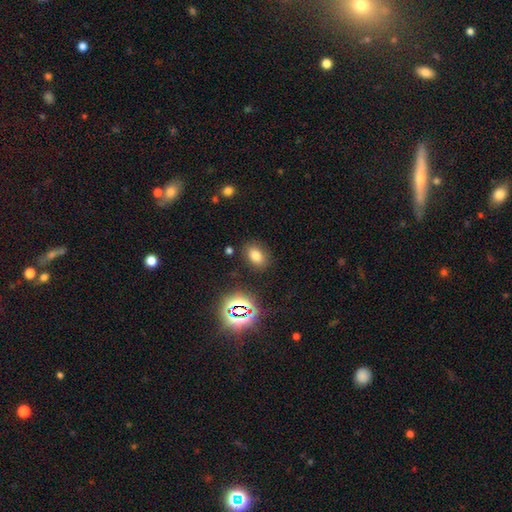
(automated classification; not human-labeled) Overall: smooth (72%). How rounded: in between (82%). Merging: none (84%).